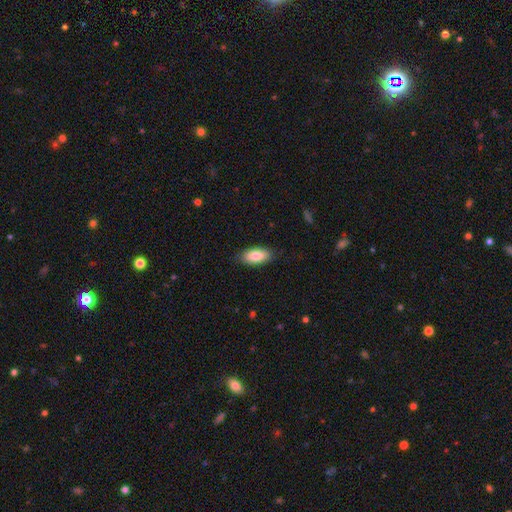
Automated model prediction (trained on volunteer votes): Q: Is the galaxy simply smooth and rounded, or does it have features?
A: smooth — 84%.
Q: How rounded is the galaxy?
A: in between — 90%.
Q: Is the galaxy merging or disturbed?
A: none — 85%.